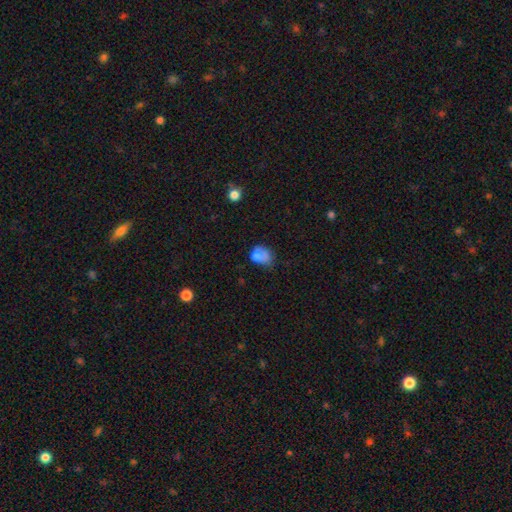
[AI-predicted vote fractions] Smooth or featured?
  - smooth: 73% *
  - featured or disk: 16%
  - star or artifact: 11%
How rounded?
  - in between: 66% *
  - round: 33%
  - cigar-shaped: 1%
Merging?
  - minor disturbance: 34% *
  - none: 33%
  - major disturbance: 21%
  - merger: 12%